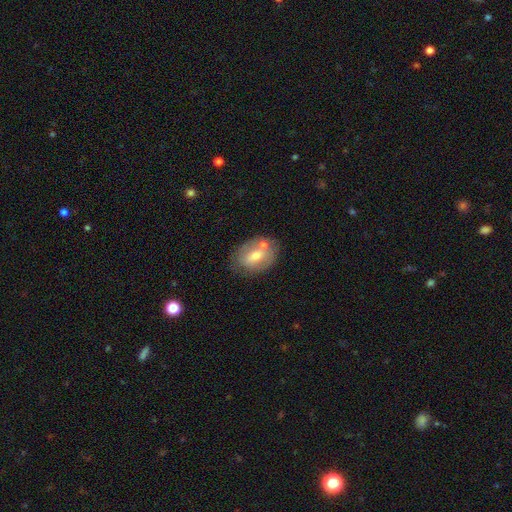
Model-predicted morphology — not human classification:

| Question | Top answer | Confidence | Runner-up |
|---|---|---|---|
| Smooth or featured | smooth | 50% | featured or disk (41%) |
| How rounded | in between | 76% | round (22%) |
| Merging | none | 61% | minor disturbance (18%) |